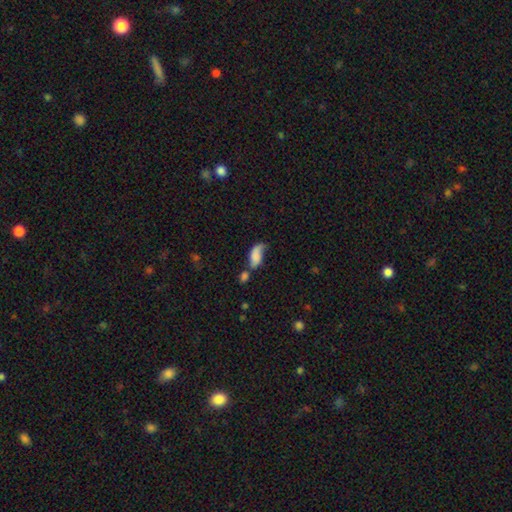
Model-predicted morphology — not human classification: The model was most divided on "merging": merger: 30%, none: 26%, minor disturbance: 24%, major disturbance: 20%. More confident: how rounded — in between (86%); smooth or featured — smooth (68%).